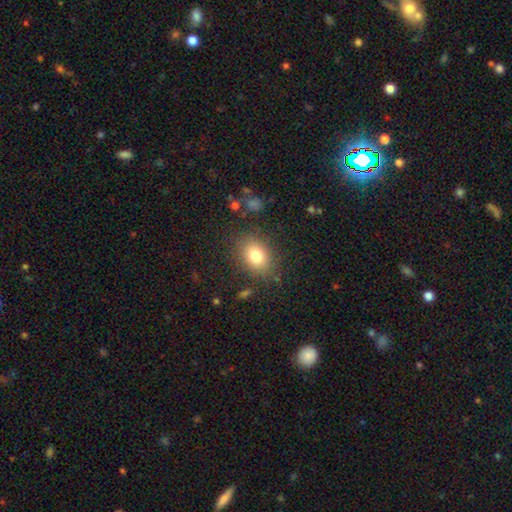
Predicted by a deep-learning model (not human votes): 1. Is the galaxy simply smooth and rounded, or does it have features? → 79% smooth, 10% featured or disk, 10% star or artifact.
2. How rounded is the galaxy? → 62% in between, 36% round, 1% cigar-shaped.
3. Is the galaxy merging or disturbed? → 82% none, 12% minor disturbance, 5% major disturbance, 2% merger.